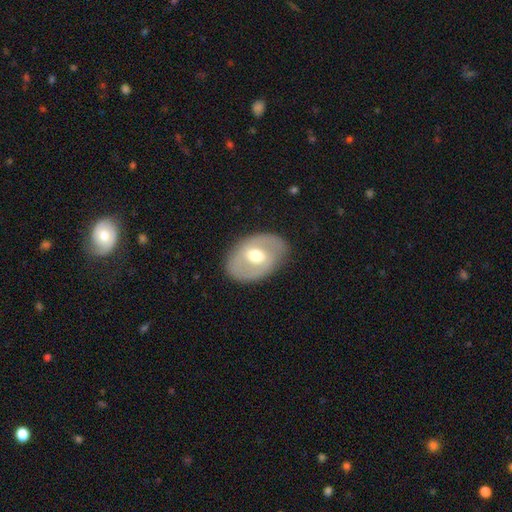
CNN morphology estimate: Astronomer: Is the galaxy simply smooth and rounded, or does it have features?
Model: featured or disk — 55% (runner-up: smooth, 39%).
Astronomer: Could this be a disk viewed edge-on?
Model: no — 92%.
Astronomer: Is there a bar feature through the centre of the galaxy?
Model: no — 45% (runner-up: weak, 39%).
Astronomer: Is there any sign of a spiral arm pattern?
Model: no — 66%.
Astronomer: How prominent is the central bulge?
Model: moderate — 71%.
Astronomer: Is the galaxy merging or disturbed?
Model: none — 82%.